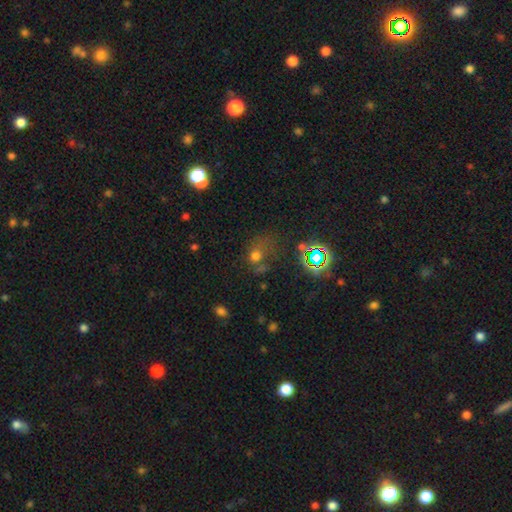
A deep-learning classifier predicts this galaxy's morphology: A smooth galaxy with no disk features (55%) that is round (61%).

Vote fractions:
- Smooth or featured? smooth: 55% / star or artifact: 32% / featured or disk: 14%
- How rounded? round: 61% / in between: 38% / cigar-shaped: 1%
- Merging? none: 41% / major disturbance: 25% / minor disturbance: 18% / merger: 16%